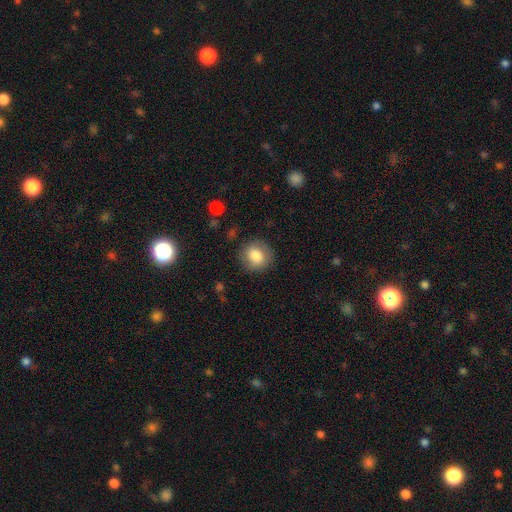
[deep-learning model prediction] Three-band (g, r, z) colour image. It shows a smooth galaxy with no disk features (82%) that is round (84%). Merging: none (83%).